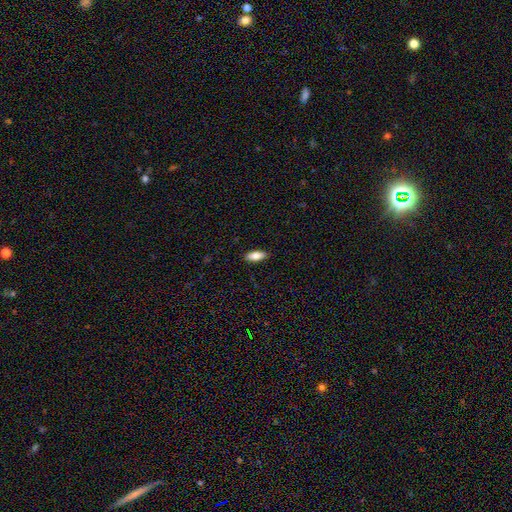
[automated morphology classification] smooth 83%, featured or disk 11%, star or artifact 6%. Down the decision tree: how rounded — in between (78%); merging — none (89%).